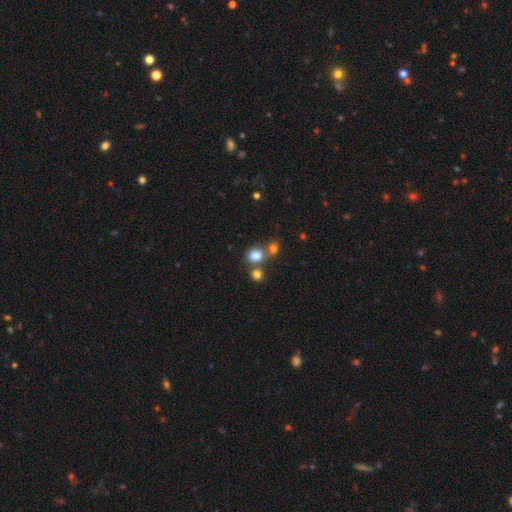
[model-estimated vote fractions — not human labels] Smooth or featured?
  - smooth: 80% *
  - star or artifact: 13%
  - featured or disk: 7%
How rounded?
  - round: 67% *
  - in between: 32%
  - cigar-shaped: 1%
Merging?
  - none: 56% *
  - merger: 30%
  - minor disturbance: 9%
  - major disturbance: 4%